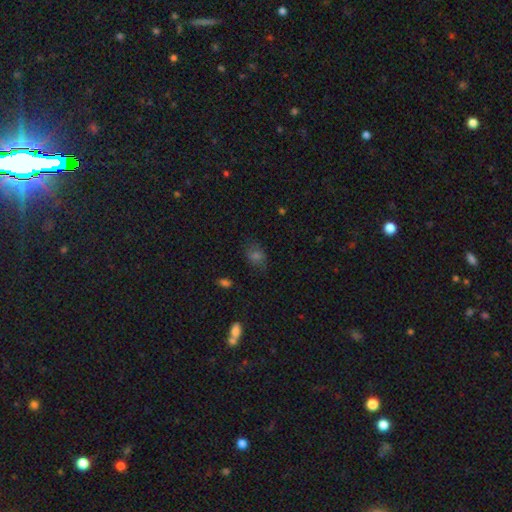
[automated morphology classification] This is possibly a smooth galaxy (60%). How rounded: likely in between (62%). Merging: likely none (74%).